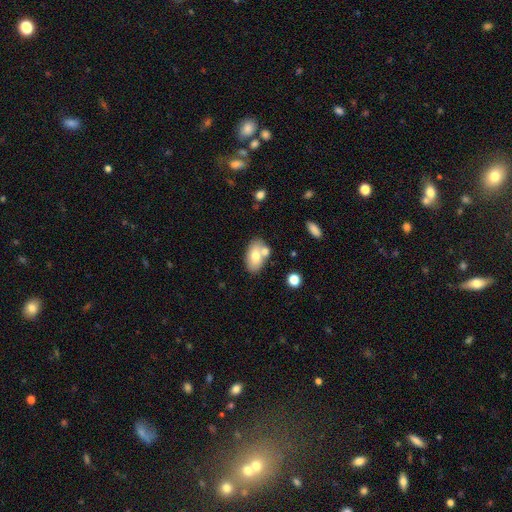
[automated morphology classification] This appears to be a smooth galaxy with no disk features (68%) that is in between round and cigar-shaped (90%). Merging: none (56%).